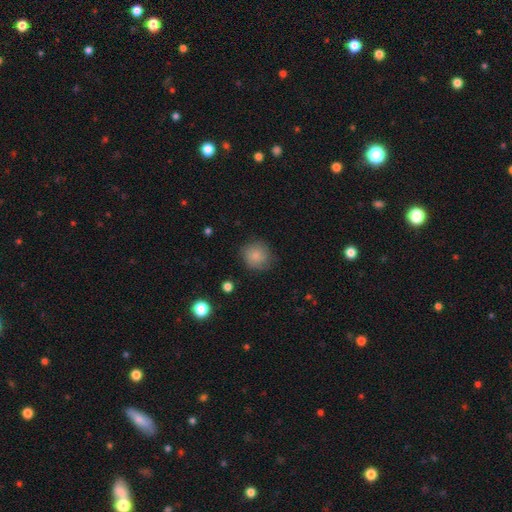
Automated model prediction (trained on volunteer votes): Smooth or featured?
  - smooth: 82% *
  - featured or disk: 10%
  - star or artifact: 8%
How rounded?
  - round: 86% *
  - in between: 13%
  - cigar-shaped: 1%
Merging?
  - none: 78% *
  - minor disturbance: 17%
  - major disturbance: 4%
  - merger: 1%